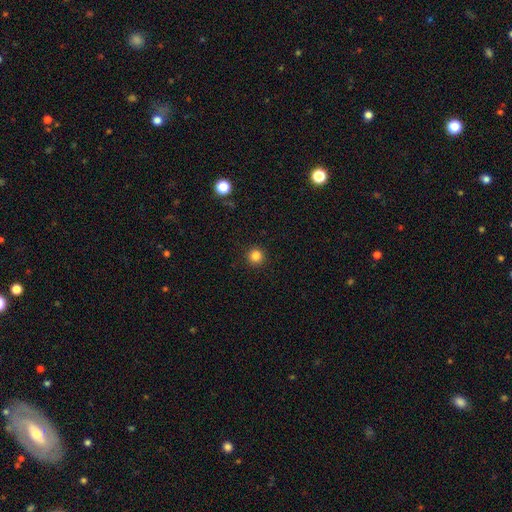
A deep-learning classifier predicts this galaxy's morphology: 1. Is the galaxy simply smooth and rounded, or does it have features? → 84% smooth, 12% star or artifact, 4% featured or disk.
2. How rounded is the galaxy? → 93% round, 6% in between, 1% cigar-shaped.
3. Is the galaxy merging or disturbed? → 91% none, 6% minor disturbance, 2% major disturbance, 1% merger.